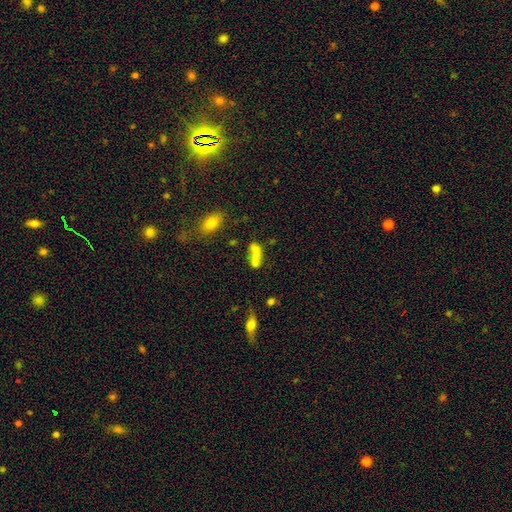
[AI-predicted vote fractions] Q: Smooth or featured?
A: smooth (62%); runner-up: featured or disk (25%)
Q: How rounded?
A: in between (52%); runner-up: cigar-shaped (43%)
Q: Merging?
A: none (43%); runner-up: minor disturbance (21%)